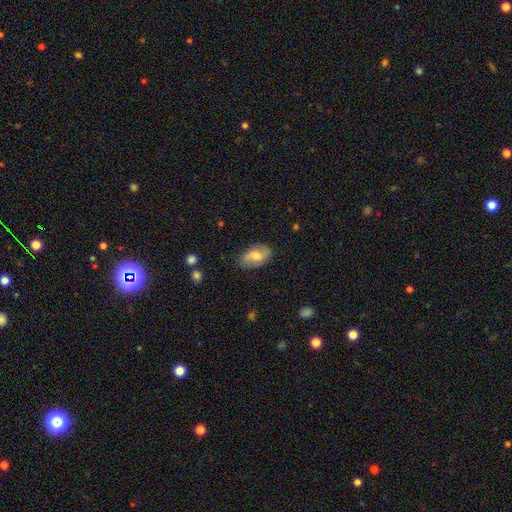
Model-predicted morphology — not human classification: Smooth or featured? Predicted: smooth (p=0.56). How rounded? Predicted: in between (p=0.92). Merging? Predicted: none (p=0.79).